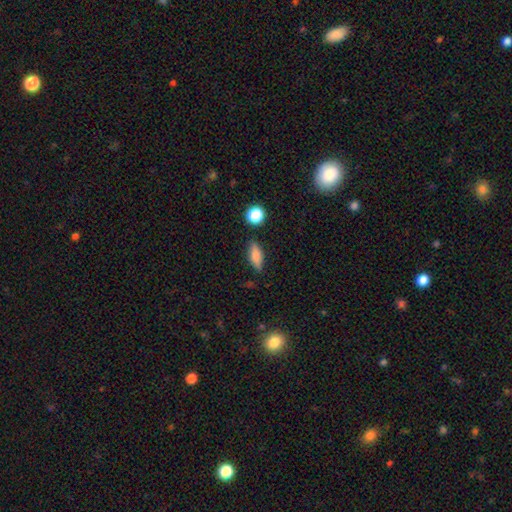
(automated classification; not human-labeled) A smooth galaxy with no disk features (78%) that is in between round and cigar-shaped (68%). Merging: none (79%).